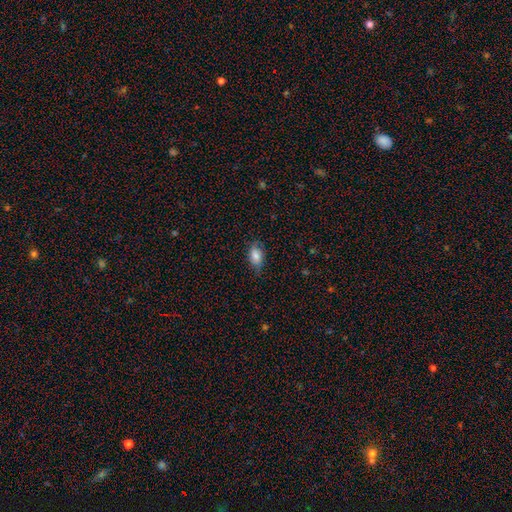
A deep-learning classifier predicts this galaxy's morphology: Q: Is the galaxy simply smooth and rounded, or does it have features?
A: smooth — 80%.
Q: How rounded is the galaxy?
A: in between — 91%.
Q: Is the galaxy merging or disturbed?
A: none — 73%.